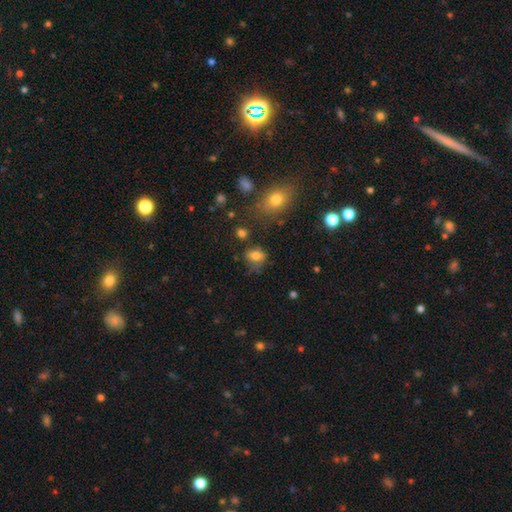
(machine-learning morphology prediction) This is likely a smooth galaxy (74%). How rounded: possibly in between (59%). Merging: possibly none (55%).